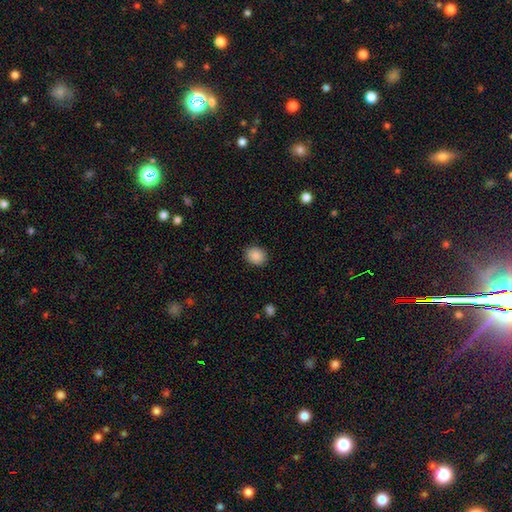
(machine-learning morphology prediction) Q: Smooth or featured?
A: smooth (89%); runner-up: star or artifact (8%)
Q: How rounded?
A: round (53%); runner-up: in between (46%)
Q: Merging?
A: none (88%); runner-up: minor disturbance (8%)